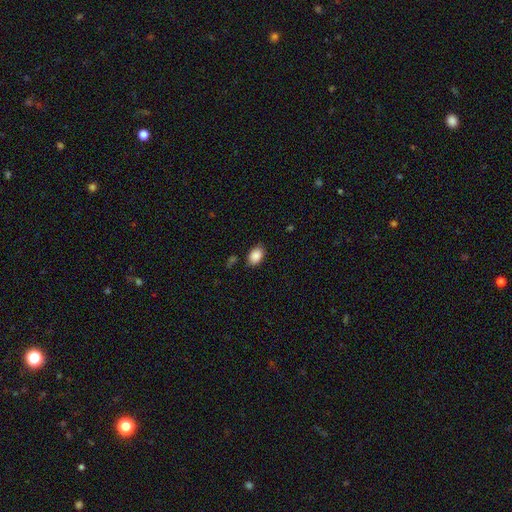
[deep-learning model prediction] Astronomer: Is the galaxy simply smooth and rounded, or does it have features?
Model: smooth — 88%.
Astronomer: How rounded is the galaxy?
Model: in between — 85%.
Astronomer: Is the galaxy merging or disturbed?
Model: none — 79%.